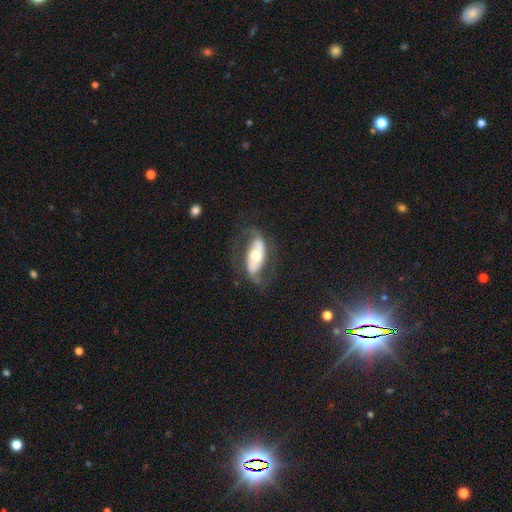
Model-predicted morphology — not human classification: smooth_or_featured: featured or disk (p=0.77) [alt: smooth p=0.17]
disk_edge_on: no (p=0.92) [alt: yes p=0.08]
bar: no (p=0.42) [alt: strong p=0.33]
has_spiral_arms: yes (p=0.86) [alt: no p=0.14]
spiral_winding: medium (p=0.43) [alt: loose p=0.39]
spiral_arm_count: 2 (p=0.89) [alt: can't tell p=0.06]
bulge_size: moderate (p=0.65) [alt: small p=0.19]
merging: none (p=0.69) [alt: minor disturbance p=0.16]